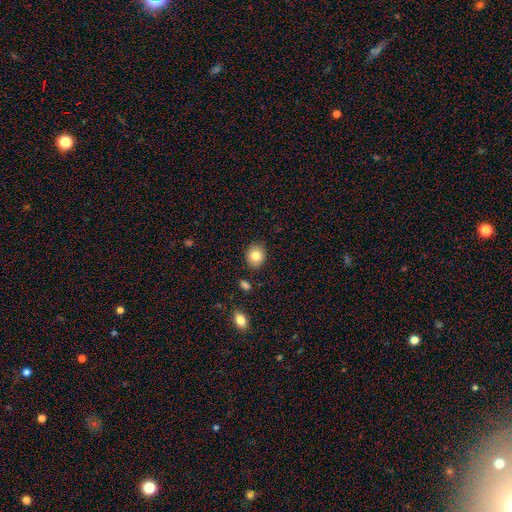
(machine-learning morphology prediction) type=smooth (83%); roundness=round (67%); merging=none (88%).